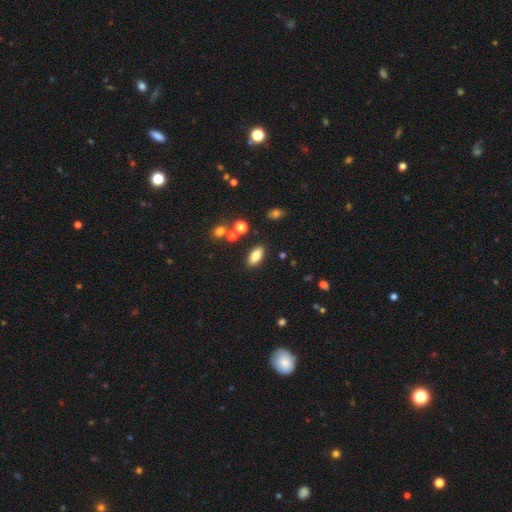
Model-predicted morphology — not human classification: Overall: smooth (79%). How rounded: in between (85%). Merging: none (84%).